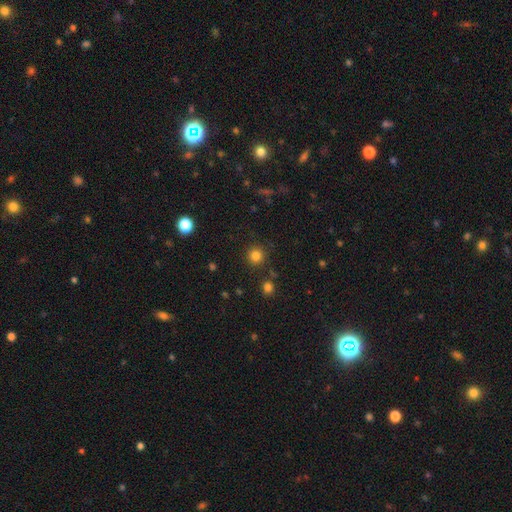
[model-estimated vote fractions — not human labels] The model was most divided on "smooth or featured": smooth: 82%, star or artifact: 14%, featured or disk: 4%. More confident: how rounded — round (94%); merging — none (88%).